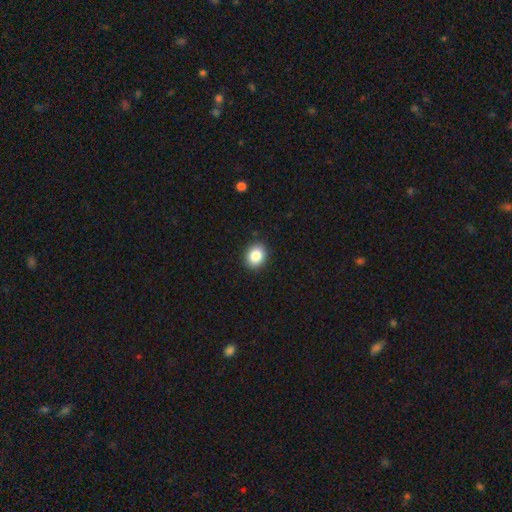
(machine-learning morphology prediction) This appears to be a smooth galaxy with no disk features (85%) that is round (58%). Merging: none (90%).